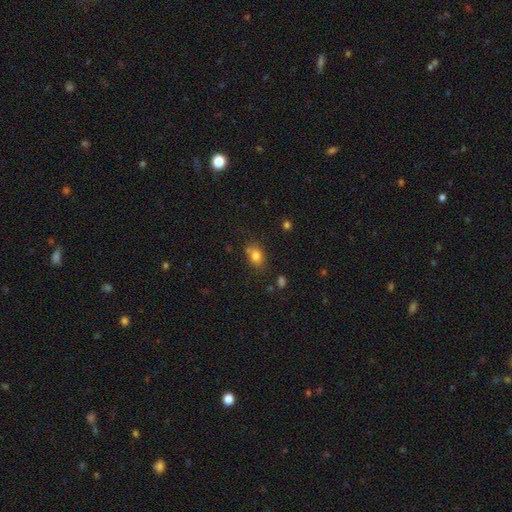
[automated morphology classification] A smooth galaxy with no disk features (79%) that is in between round and cigar-shaped (64%).

Vote fractions:
- Smooth or featured? smooth: 79% / star or artifact: 11% / featured or disk: 9%
- How rounded? in between: 64% / round: 35% / cigar-shaped: 1%
- Merging? none: 67% / minor disturbance: 18% / merger: 10% / major disturbance: 5%